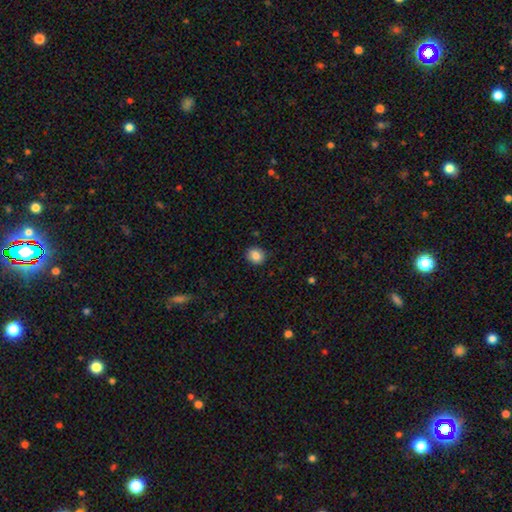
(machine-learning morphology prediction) Smooth or featured: smooth — 86% (star or artifact — 9%)
How rounded: round — 69% (in between — 31%)
Merging: none — 87% (minor disturbance — 9%)